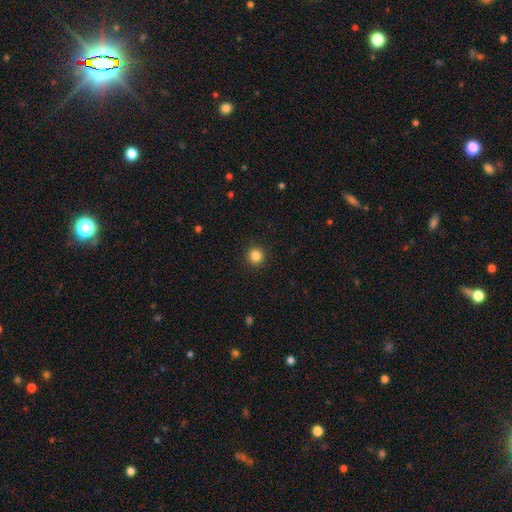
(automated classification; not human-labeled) Q: Smooth or featured?
A: smooth (85%); runner-up: star or artifact (11%)
Q: How rounded?
A: round (94%); runner-up: in between (5%)
Q: Merging?
A: none (92%); runner-up: minor disturbance (5%)